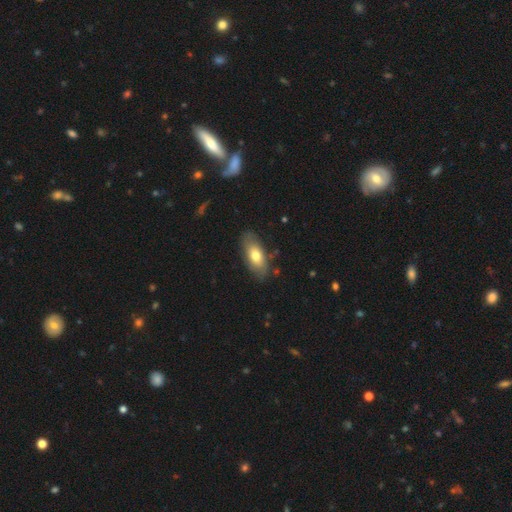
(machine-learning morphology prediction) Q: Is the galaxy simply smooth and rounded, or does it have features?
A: smooth — 71%.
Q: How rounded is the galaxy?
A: in between — 84%.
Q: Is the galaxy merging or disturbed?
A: none — 81%.